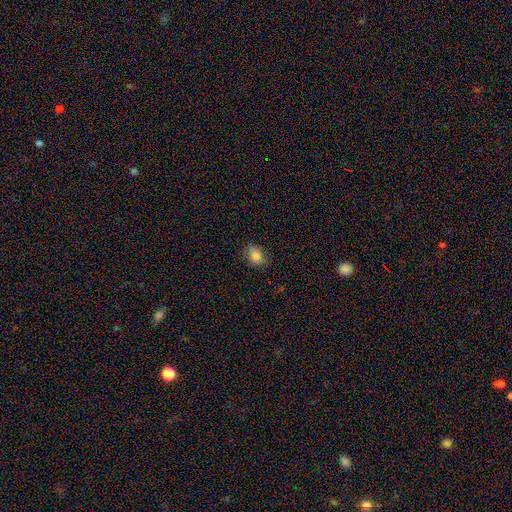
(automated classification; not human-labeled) Morphology: type=smooth (83%); roundness=in between (74%); merging=none (78%).